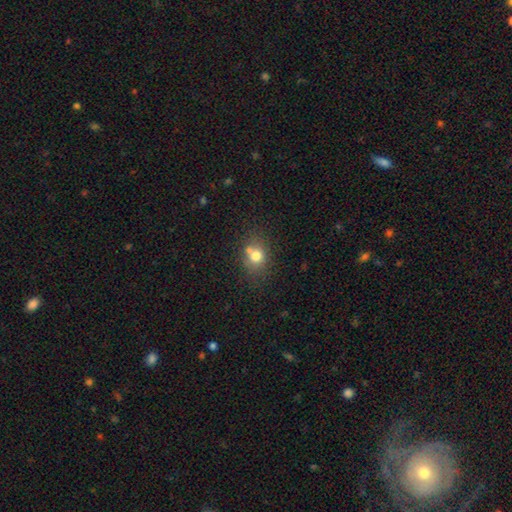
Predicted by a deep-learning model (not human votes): This appears to be a smooth galaxy with no disk features (73%) that is round (63%). Merging: none (59%).